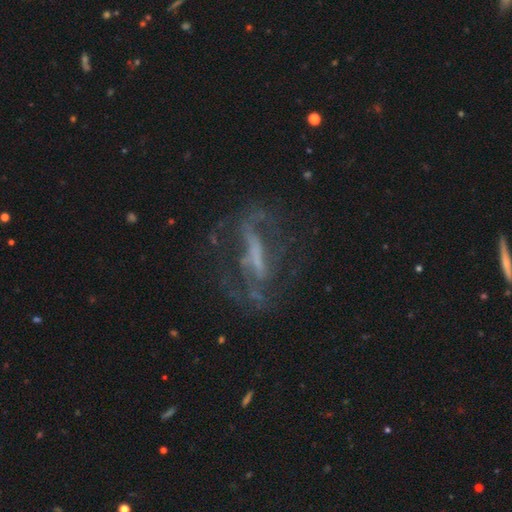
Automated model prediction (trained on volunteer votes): Morphology: type=featured or disk (74%); edge-on=no (81%); bar=strong (54%); spiral arms=yes (63%); bulge=none (48%); merging=none (54%).